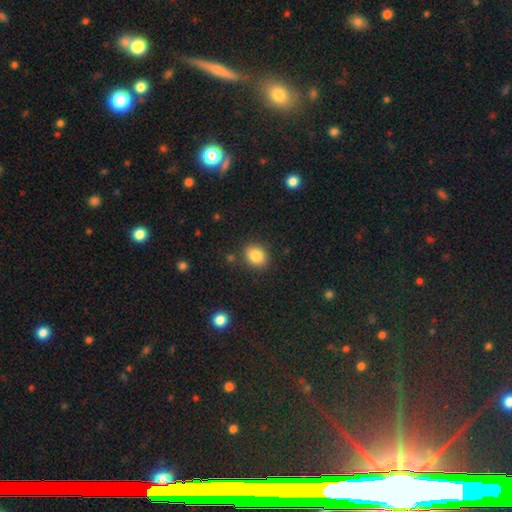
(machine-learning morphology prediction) Overall: smooth (85%). How rounded: round (56%; in between 43%). Merging: none (86%).